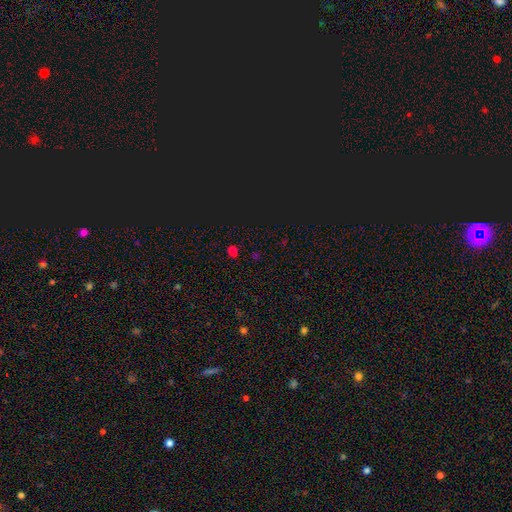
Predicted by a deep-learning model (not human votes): Smooth or featured? star or artifact (52%)